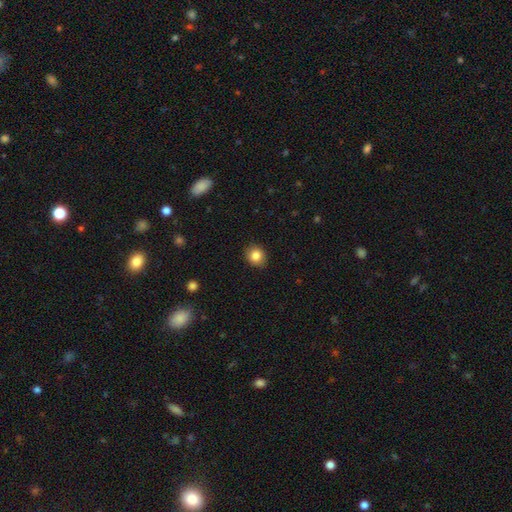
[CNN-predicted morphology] This appears to be a smooth galaxy with no disk features (85%) that is round (76%). Merging: none (89%).